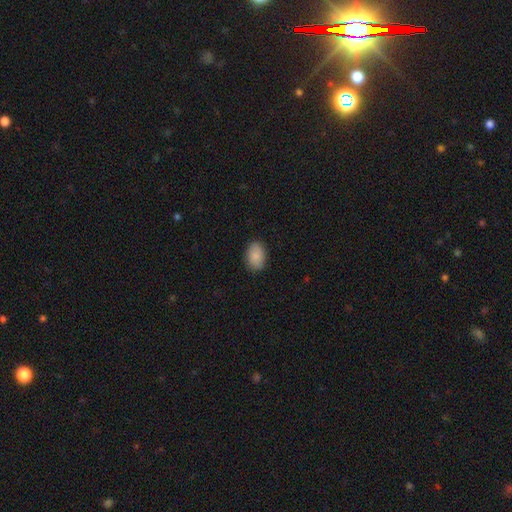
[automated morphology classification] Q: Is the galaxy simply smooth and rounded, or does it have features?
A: smooth — 88%.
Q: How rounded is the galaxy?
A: in between — 88%.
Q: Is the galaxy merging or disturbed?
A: none — 87%.